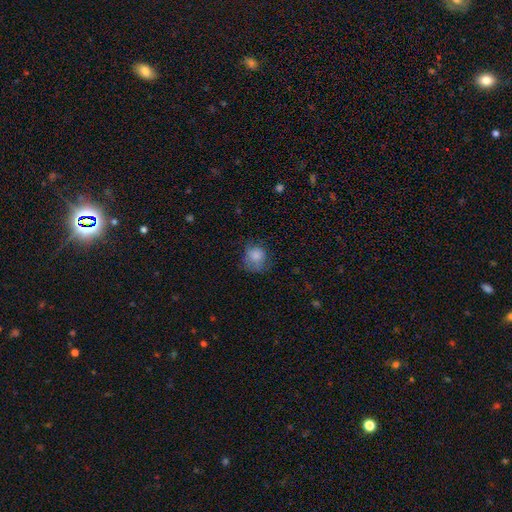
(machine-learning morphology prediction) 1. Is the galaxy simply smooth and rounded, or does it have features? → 79% smooth, 12% featured or disk, 9% star or artifact.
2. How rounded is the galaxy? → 79% round, 20% in between, 1% cigar-shaped.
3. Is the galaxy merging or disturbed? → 56% none, 27% minor disturbance, 16% major disturbance, 1% merger.